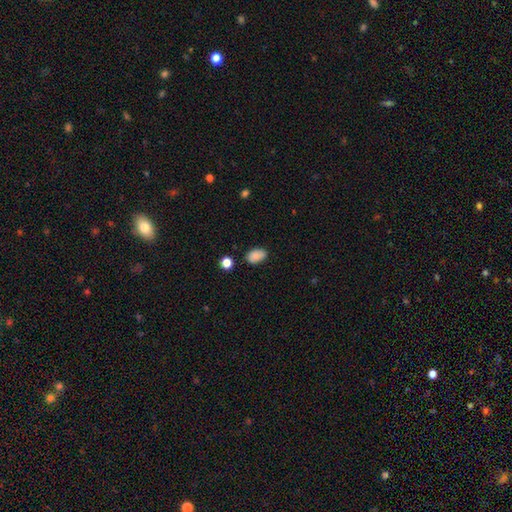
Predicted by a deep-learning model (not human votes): smooth_or_featured: smooth (p=0.86) [alt: star or artifact p=0.08]
how_rounded: in between (p=0.89) [alt: round p=0.09]
merging: none (p=0.79) [alt: minor disturbance p=0.15]